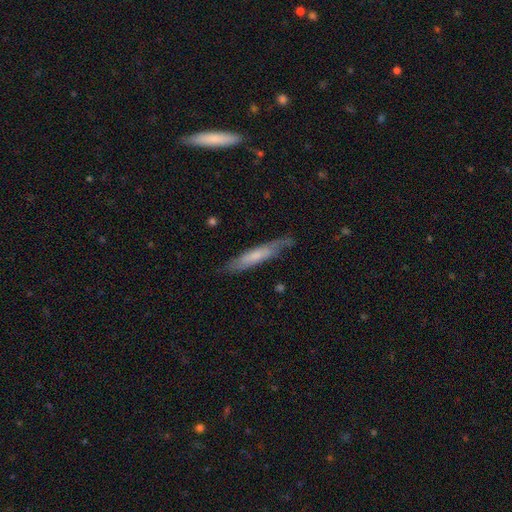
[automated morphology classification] Smooth or featured? smooth (50%)
How rounded? cigar-shaped (88%)
Merging? none (73%)